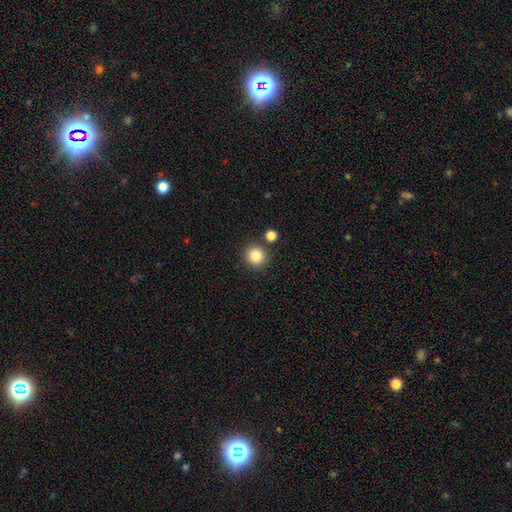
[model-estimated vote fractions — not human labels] This appears to be a smooth galaxy with no disk features (85%) that is round (91%). Merging: none (84%).